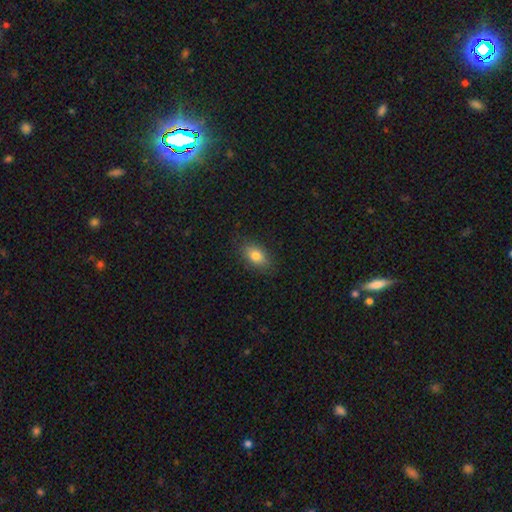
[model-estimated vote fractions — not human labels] smooth-or-featured: smooth: 80% | featured or disk: 12% | star or artifact: 8%
  how-rounded: in between: 86% | round: 10% | cigar-shaped: 3%
  merging: none: 84% | minor disturbance: 12% | major disturbance: 3% | merger: 1%